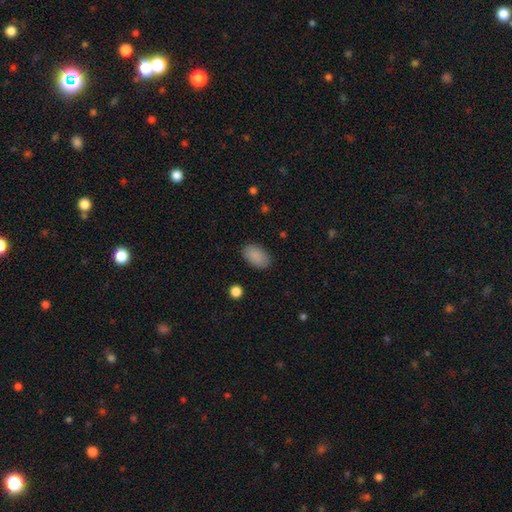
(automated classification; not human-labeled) A smooth galaxy with no disk features (89%) that is in between round and cigar-shaped (93%). Merging: none (87%).